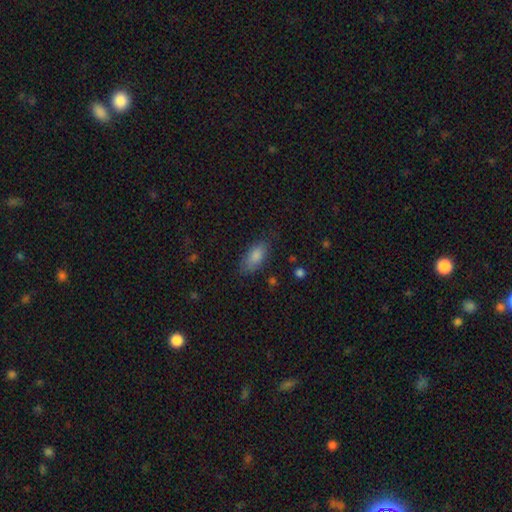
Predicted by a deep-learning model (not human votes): smooth_or_featured: smooth (p=0.83) [alt: featured or disk p=0.09]
how_rounded: in between (p=0.85) [alt: cigar-shaped p=0.12]
merging: none (p=0.80) [alt: minor disturbance p=0.15]